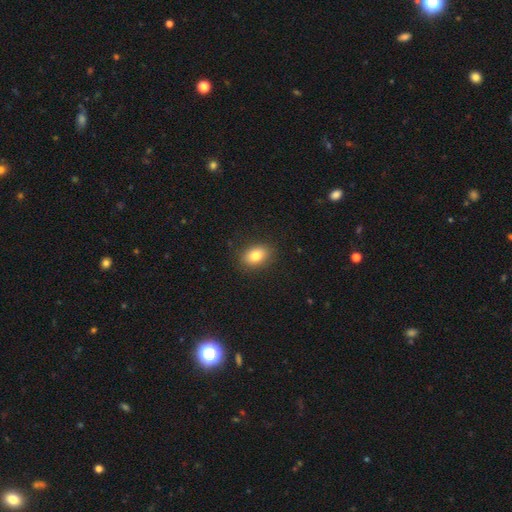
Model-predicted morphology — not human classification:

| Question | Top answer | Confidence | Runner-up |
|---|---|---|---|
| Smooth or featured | smooth | 82% | star or artifact (9%) |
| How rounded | in between | 78% | round (21%) |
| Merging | none | 87% | minor disturbance (9%) |